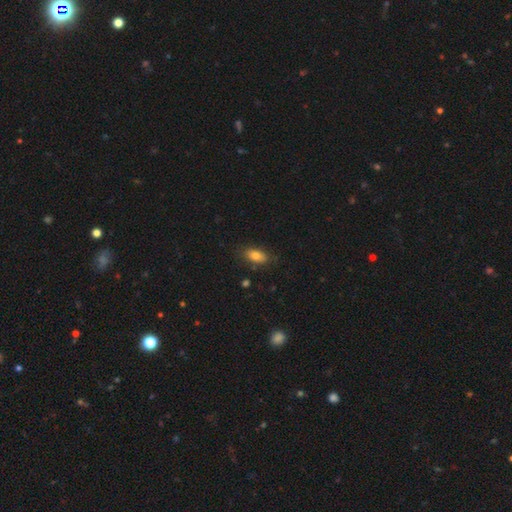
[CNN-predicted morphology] Overall: smooth (79%). How rounded: in between (88%). Merging: none (80%).